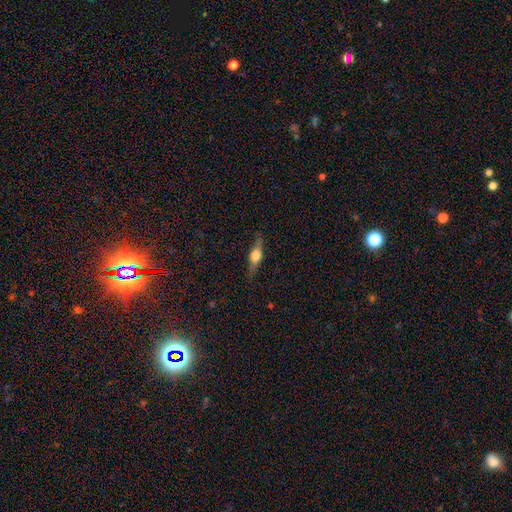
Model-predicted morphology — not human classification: Smooth or featured? Predicted: featured or disk (p=0.57). Edge-on disk? Predicted: yes (p=0.93). Edge-on bulge? Predicted: rounded (p=0.90). Merging? Predicted: none (p=0.82).